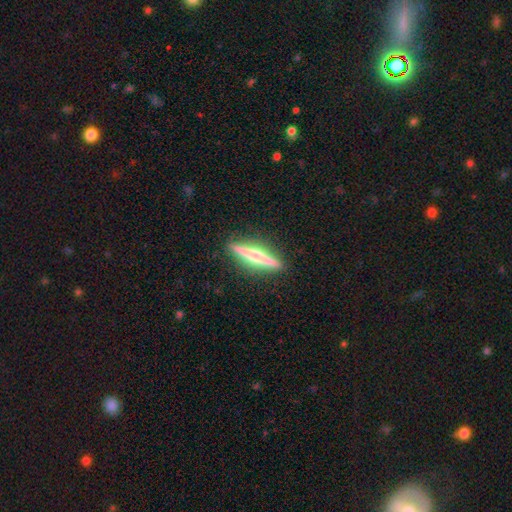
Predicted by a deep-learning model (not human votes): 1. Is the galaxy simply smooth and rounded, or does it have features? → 73% featured or disk, 22% smooth, 5% star or artifact.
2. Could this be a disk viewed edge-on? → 97% yes, 3% no.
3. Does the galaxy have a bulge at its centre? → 89% rounded, 6% none, 5% boxy.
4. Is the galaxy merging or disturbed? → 91% none, 6% minor disturbance, 2% major disturbance, 1% merger.